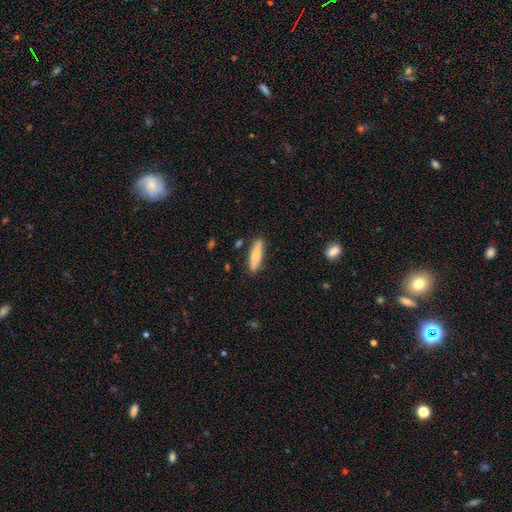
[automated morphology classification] A smooth galaxy with no disk features (76%) that is cigar-shaped (71%).

Vote fractions:
- Smooth or featured? smooth: 76% / featured or disk: 18% / star or artifact: 6%
- How rounded? cigar-shaped: 71% / in between: 27% / round: 2%
- Merging? none: 84% / minor disturbance: 11% / merger: 2% / major disturbance: 2%